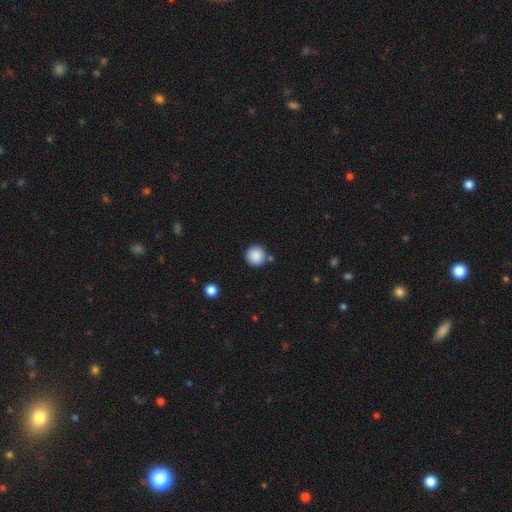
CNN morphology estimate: Overall: smooth (88%). How rounded: round (96%). Merging: none (85%).